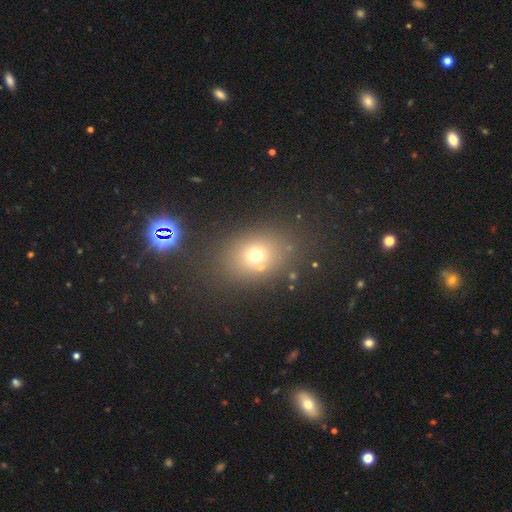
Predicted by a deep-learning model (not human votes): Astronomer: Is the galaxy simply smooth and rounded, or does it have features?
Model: smooth — 67%.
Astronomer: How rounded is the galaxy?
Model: round — 50% (runner-up: in between, 48%).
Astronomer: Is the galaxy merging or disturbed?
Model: none — 75%.